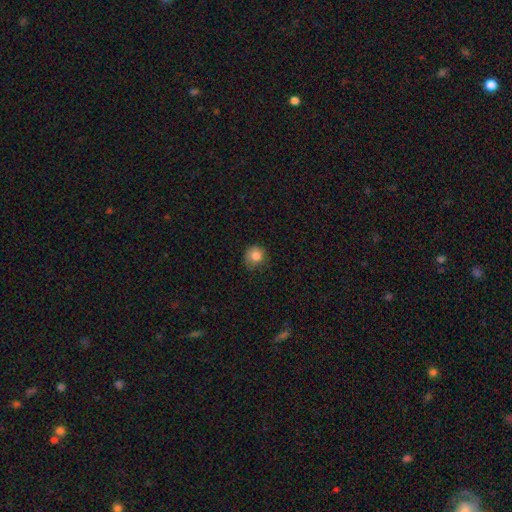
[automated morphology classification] A smooth galaxy with no disk features (82%) that is round (87%).

Vote fractions:
- Smooth or featured? smooth: 82% / star or artifact: 11% / featured or disk: 8%
- How rounded? round: 87% / in between: 12% / cigar-shaped: 1%
- Merging? none: 65% / minor disturbance: 26% / major disturbance: 7% / merger: 1%